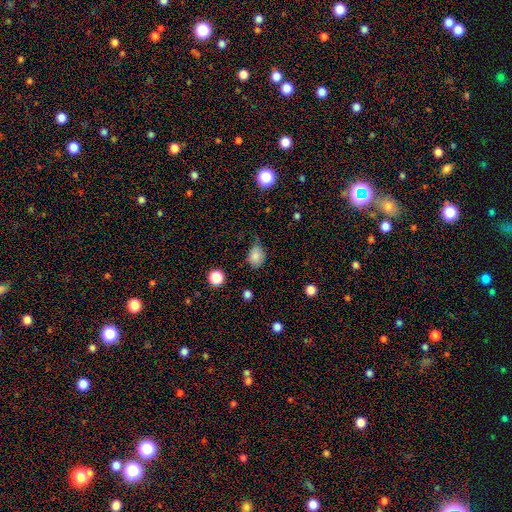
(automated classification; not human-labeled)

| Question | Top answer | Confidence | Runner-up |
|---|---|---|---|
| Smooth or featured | smooth | 82% | star or artifact (11%) |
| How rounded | in between | 54% | round (45%) |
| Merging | none | 57% | minor disturbance (33%) |